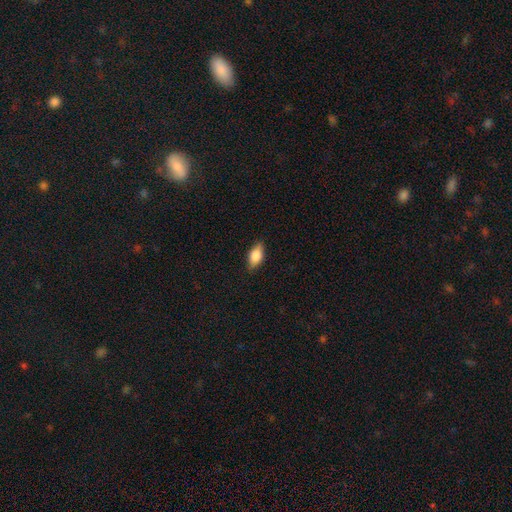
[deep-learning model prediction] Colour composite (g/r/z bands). It shows a smooth galaxy with no disk features (77%) that is in between round and cigar-shaped (87%). Merging: none (85%).